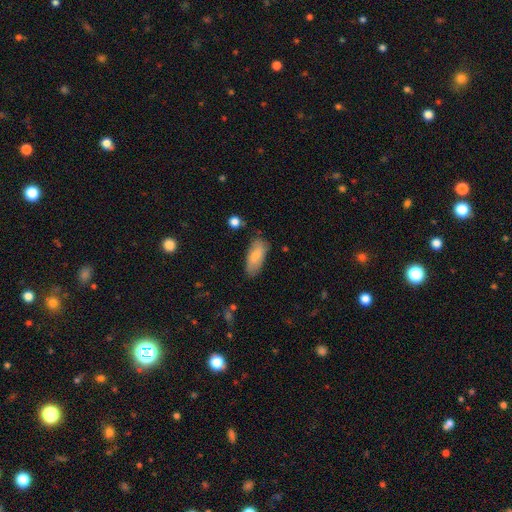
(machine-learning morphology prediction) smooth-or-featured: smooth: 79% | featured or disk: 15% | star or artifact: 6%
  how-rounded: in between: 85% | cigar-shaped: 13% | round: 2%
  merging: none: 71% | minor disturbance: 22% | major disturbance: 5% | merger: 2%